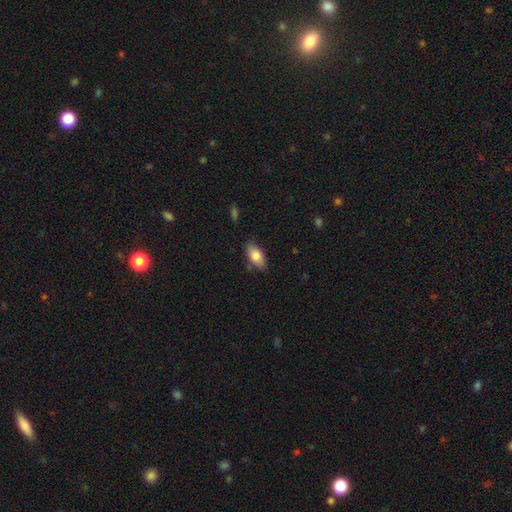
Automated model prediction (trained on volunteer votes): A smooth galaxy with no disk features (82%) that is in between round and cigar-shaped (91%). Merging: none (79%).